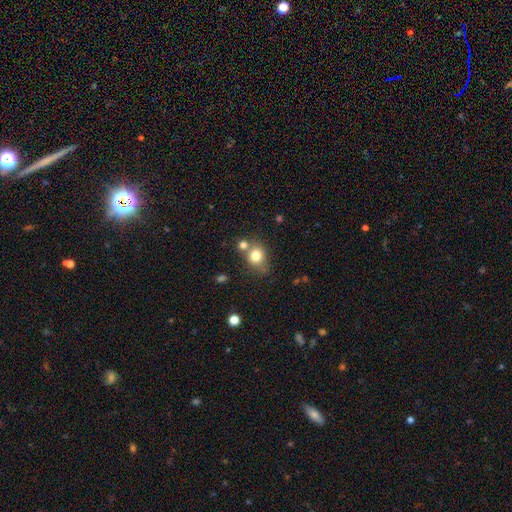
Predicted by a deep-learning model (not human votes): This is likely a smooth galaxy (79%). How rounded: likely round (68%). Merging: possibly none (56%).